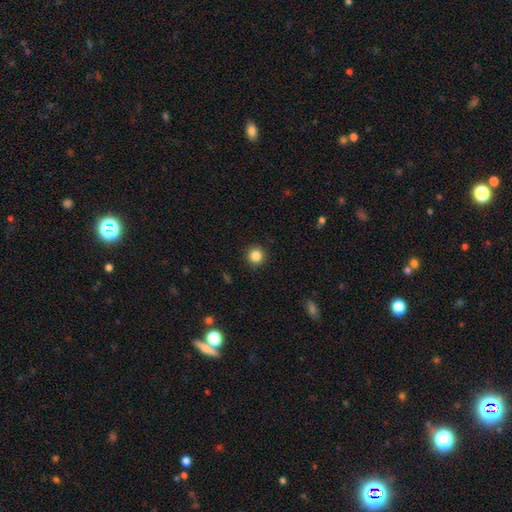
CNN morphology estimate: smooth_or_featured: smooth (p=0.85) [alt: star or artifact p=0.11]
how_rounded: round (p=0.94) [alt: in between p=0.05]
merging: none (p=0.91) [alt: minor disturbance p=0.06]